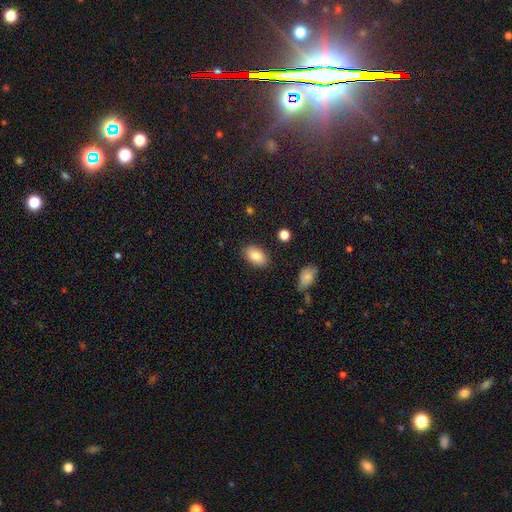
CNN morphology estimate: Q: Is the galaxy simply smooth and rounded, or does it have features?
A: smooth — 84%.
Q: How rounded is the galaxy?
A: in between — 91%.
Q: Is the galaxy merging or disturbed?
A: none — 85%.